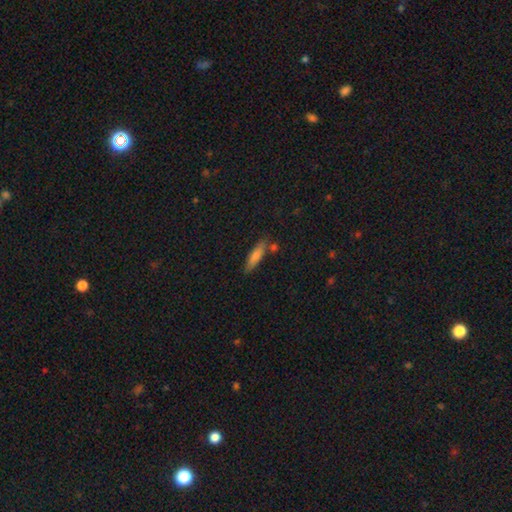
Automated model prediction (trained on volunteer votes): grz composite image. It shows a smooth galaxy with no disk features (67%) that is cigar-shaped (74%). Merging: none (80%).